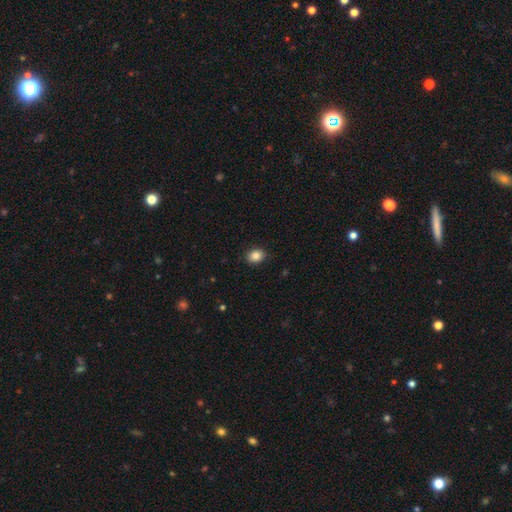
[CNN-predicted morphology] smooth_or_featured: smooth (p=0.87) [alt: star or artifact p=0.09]
how_rounded: in between (p=0.54) [alt: round p=0.45]
merging: none (p=0.88) [alt: minor disturbance p=0.09]